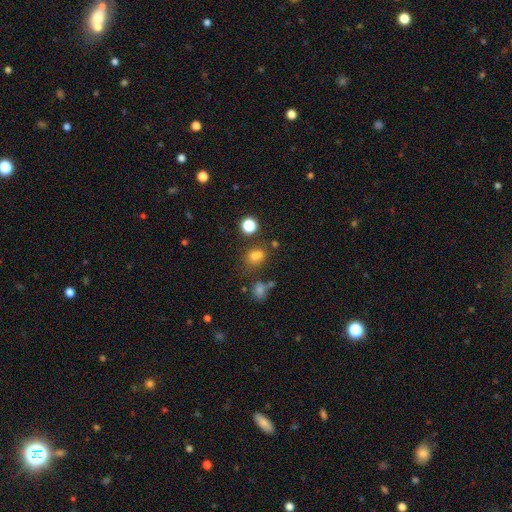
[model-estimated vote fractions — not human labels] Smooth or featured?
  - smooth: 69% *
  - star or artifact: 21%
  - featured or disk: 10%
How rounded?
  - round: 55% *
  - in between: 43%
  - cigar-shaped: 1%
Merging?
  - none: 52% *
  - merger: 28%
  - minor disturbance: 14%
  - major disturbance: 7%